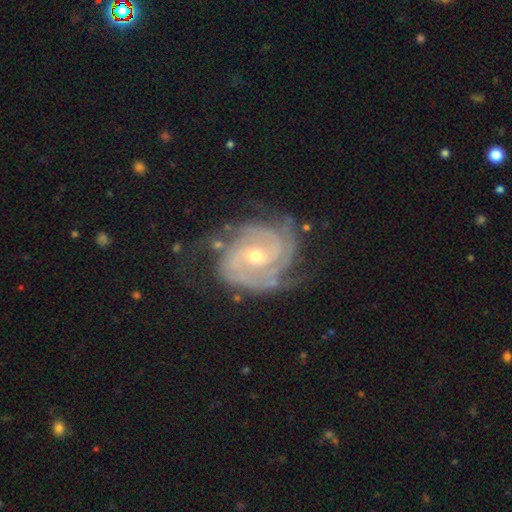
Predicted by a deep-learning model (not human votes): A featured or disk galaxy (91%) with no bar (45%), 3 (29%) tight (70%) spiral arms (98%) and a small central bulge (52%).

Vote fractions:
- Smooth or featured? featured or disk: 91% / star or artifact: 5% / smooth: 4%
- Edge-on disk? no: 98% / yes: 2%
- Bar? no: 45% / weak: 41% / strong: 13%
- Spiral arms? yes: 98% / no: 2%
- Spiral winding? tight: 70% / medium: 26% / loose: 4%
- Spiral arm count? 3: 29% / 2: 28% / can't tell: 18% / 4: 14% / more than 4: 6% / 1: 5%
- Bulge size? small: 52% / moderate: 45% / large: 1% / none: 1% / dominant: 1%
- Merging? none: 67% / minor disturbance: 21% / major disturbance: 10% / merger: 2%